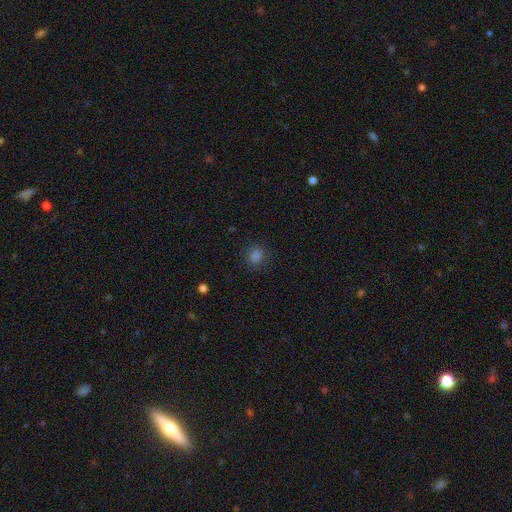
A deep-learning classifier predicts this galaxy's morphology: Smooth or featured?
  - smooth: 78% *
  - star or artifact: 18%
  - featured or disk: 4%
How rounded?
  - round: 88% *
  - in between: 11%
  - cigar-shaped: 1%
Merging?
  - none: 89% *
  - minor disturbance: 8%
  - major disturbance: 3%
  - merger: 1%